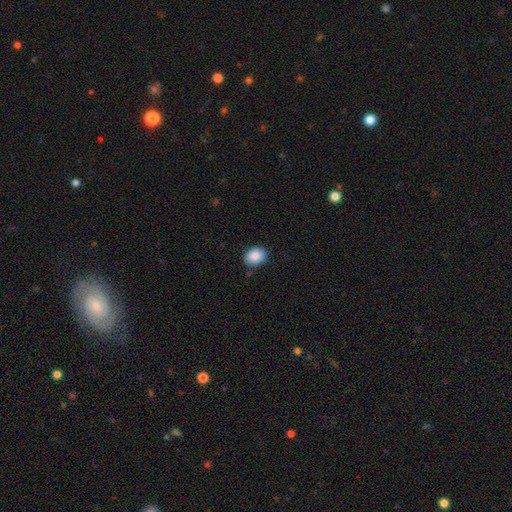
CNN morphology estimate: This appears to be a smooth galaxy with no disk features (88%) that is in between round and cigar-shaped (63%). Merging: none (79%).